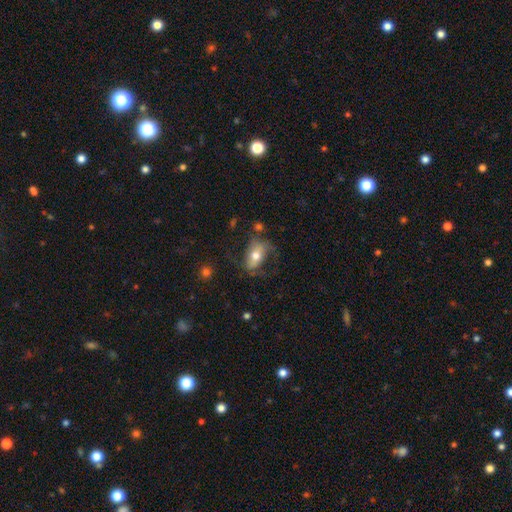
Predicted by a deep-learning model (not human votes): Smooth or featured?
  - smooth: 51% *
  - featured or disk: 42%
  - star or artifact: 8%
How rounded?
  - in between: 86% *
  - round: 10%
  - cigar-shaped: 5%
Merging?
  - none: 53% *
  - minor disturbance: 23%
  - major disturbance: 21%
  - merger: 3%